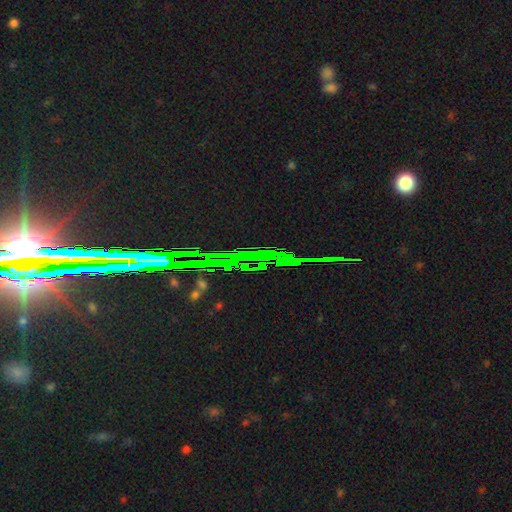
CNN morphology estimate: This is likely a star or artifact rather than a galaxy (78%).